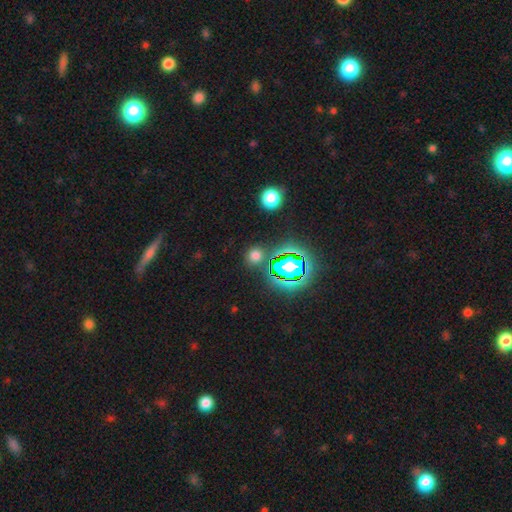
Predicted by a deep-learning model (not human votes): A smooth galaxy with no disk features (60%) that is round (86%).

Vote fractions:
- Smooth or featured? smooth: 60% / star or artifact: 33% / featured or disk: 7%
- How rounded? round: 86% / in between: 13% / cigar-shaped: 1%
- Merging? none: 85% / minor disturbance: 8% / merger: 4% / major disturbance: 3%